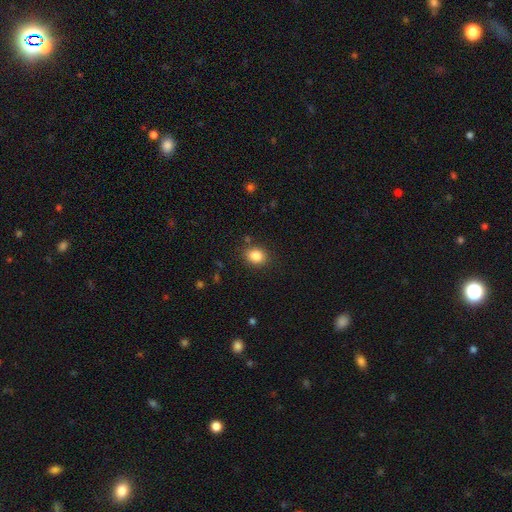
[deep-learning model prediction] Smooth or featured? Predicted: smooth (p=0.85). How rounded? Predicted: round (p=0.53). Merging? Predicted: none (p=0.86).